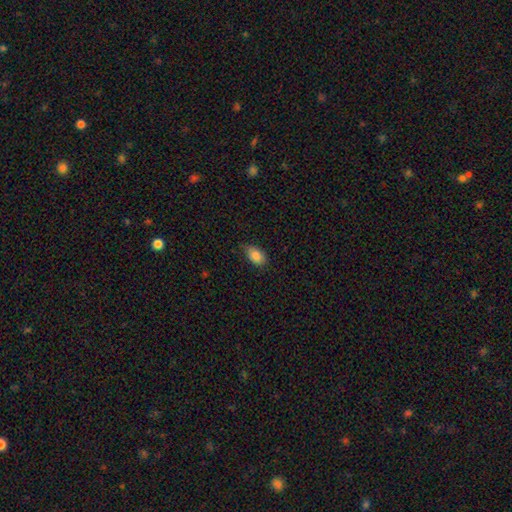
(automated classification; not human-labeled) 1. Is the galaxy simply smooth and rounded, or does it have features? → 84% smooth, 8% star or artifact, 7% featured or disk.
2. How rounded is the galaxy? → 87% in between, 12% round, 2% cigar-shaped.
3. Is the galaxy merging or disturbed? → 66% none, 28% minor disturbance, 4% major disturbance, 1% merger.